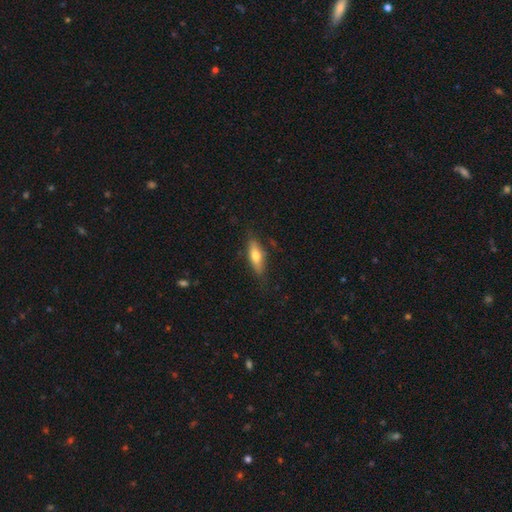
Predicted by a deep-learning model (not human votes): Smooth or featured? Predicted: smooth (p=0.63). How rounded? Predicted: in between (p=0.54). Merging? Predicted: none (p=0.77).